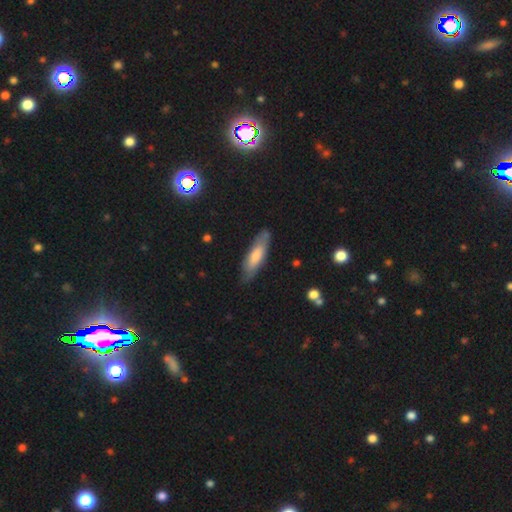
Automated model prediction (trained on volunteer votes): This appears to be a smooth galaxy with no disk features (54%) that is cigar-shaped (61%). Merging: none (81%).